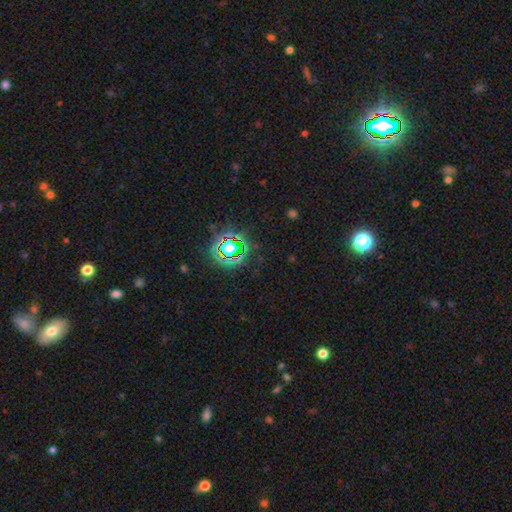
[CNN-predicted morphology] Q: Smooth or featured?
A: star or artifact (77%); runner-up: smooth (15%)